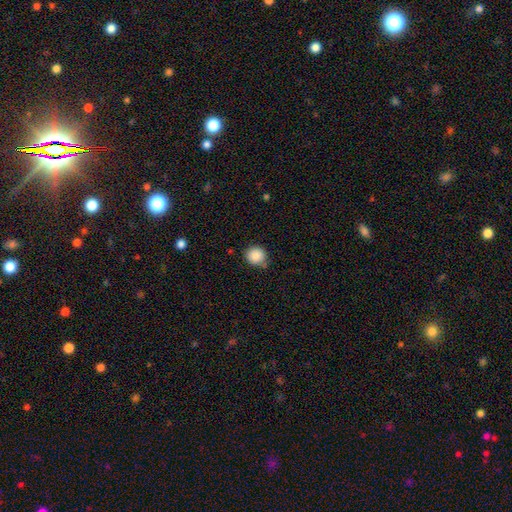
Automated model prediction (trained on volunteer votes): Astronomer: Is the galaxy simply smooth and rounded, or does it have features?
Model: smooth — 87%.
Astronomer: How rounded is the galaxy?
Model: round — 88%.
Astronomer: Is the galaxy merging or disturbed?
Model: none — 77%.